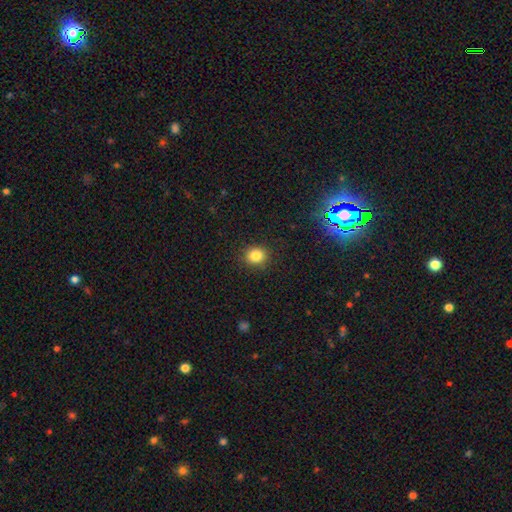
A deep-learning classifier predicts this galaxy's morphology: This appears to be a smooth galaxy with no disk features (83%) that is round (75%). Merging: none (89%).